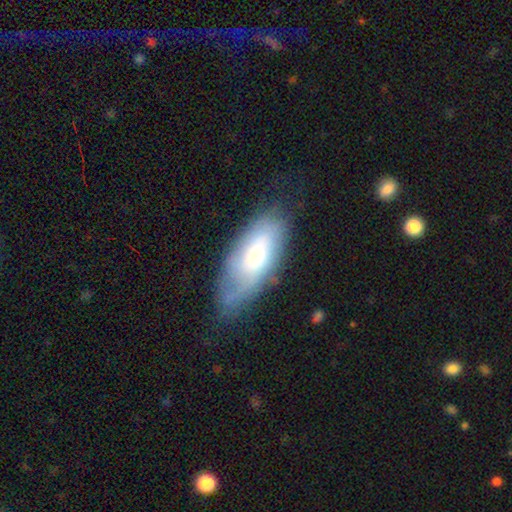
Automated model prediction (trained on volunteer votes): This appears to be a smooth galaxy with no disk features (52%) that is in between round and cigar-shaped (86%). Merging: none (57%).